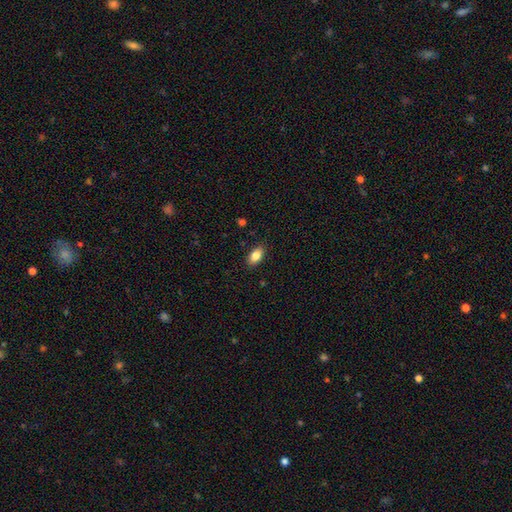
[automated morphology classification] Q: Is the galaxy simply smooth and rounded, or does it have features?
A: smooth — 86%.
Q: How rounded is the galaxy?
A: in between — 91%.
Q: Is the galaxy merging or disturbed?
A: none — 87%.